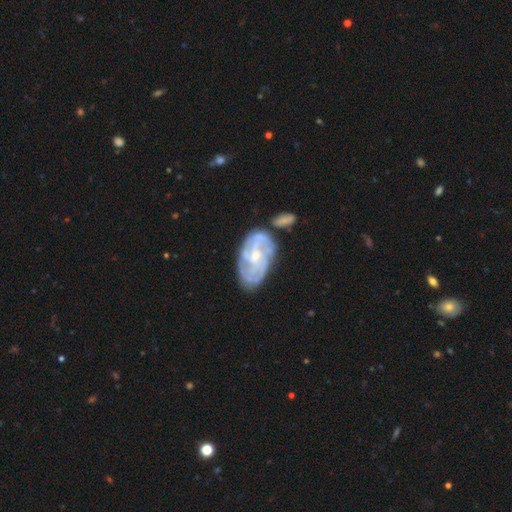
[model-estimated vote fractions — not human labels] Smooth or featured? featured or disk (79%)
Edge-on disk? no (96%)
Bar? no (55%)
Spiral arms? yes (87%)
Spiral winding? tight (54%)
Spiral arm count? can't tell (43%)
Bulge size? small (61%)
Merging? none (55%)